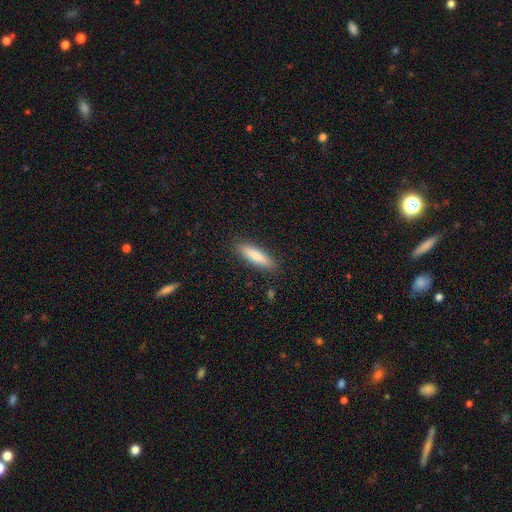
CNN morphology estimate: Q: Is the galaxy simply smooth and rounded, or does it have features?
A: smooth — 81%.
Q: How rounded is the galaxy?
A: cigar-shaped — 66%.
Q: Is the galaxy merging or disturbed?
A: none — 88%.